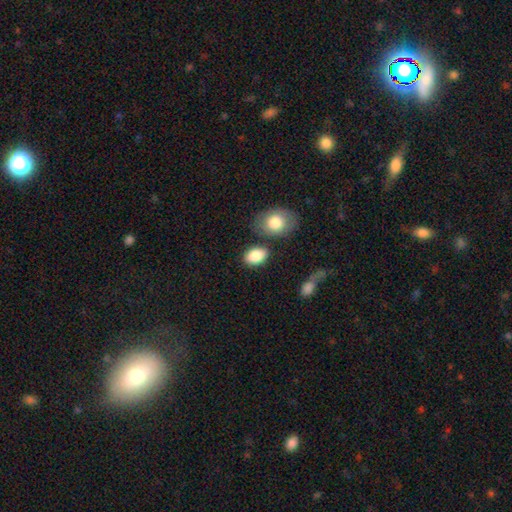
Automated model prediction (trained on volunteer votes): Smooth or featured?
  - smooth: 85% *
  - featured or disk: 8%
  - star or artifact: 7%
How rounded?
  - in between: 82% *
  - round: 17%
  - cigar-shaped: 1%
Merging?
  - none: 72% *
  - minor disturbance: 13%
  - merger: 11%
  - major disturbance: 4%